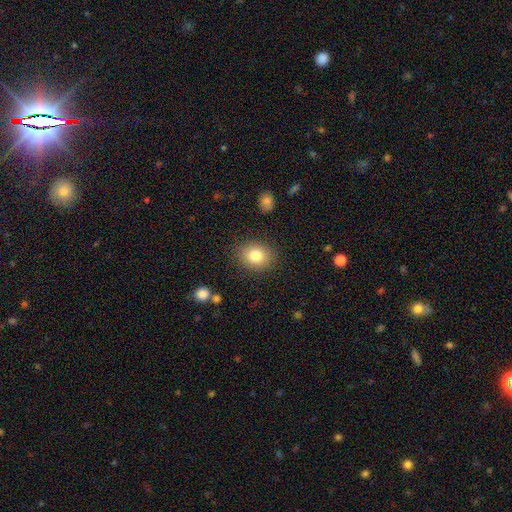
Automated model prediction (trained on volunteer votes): Smooth or featured: smooth — 81% (star or artifact — 10%)
How rounded: round — 57% (in between — 42%)
Merging: none — 85% (minor disturbance — 10%)